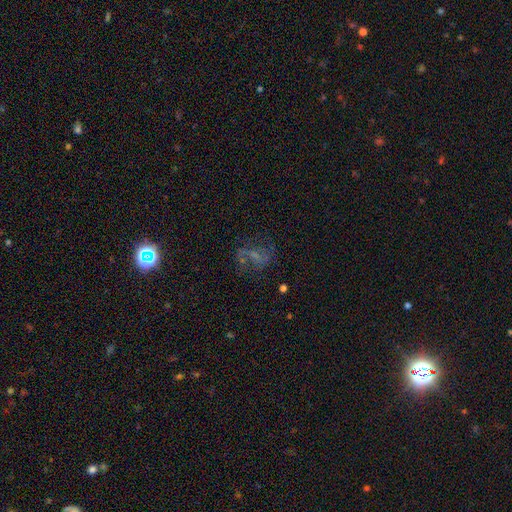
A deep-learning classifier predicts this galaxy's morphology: featured or disk 53%, smooth 24%, star or artifact 23%. Down the decision tree: edge-on disk — no (97%); bar — no (43%); spiral arms — yes (66%); bulge size — small (41%); merging — none (53%).